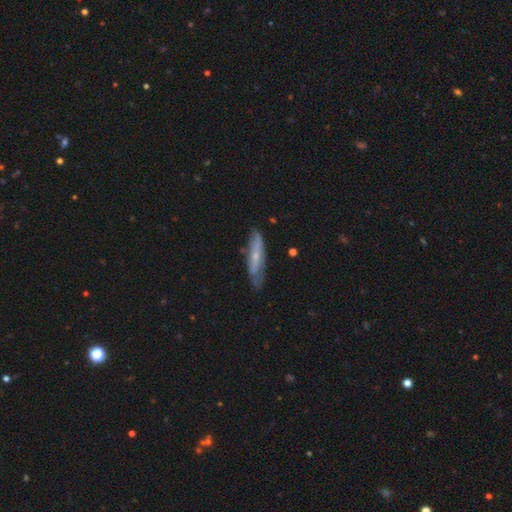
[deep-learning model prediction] Smooth or featured?
  - featured or disk: 54% *
  - smooth: 40%
  - star or artifact: 6%
Edge-on disk?
  - yes: 50% * (tied)
  - no: 50% * (tied)
Merging?
  - none: 70% *
  - minor disturbance: 23%
  - major disturbance: 5%
  - merger: 2%